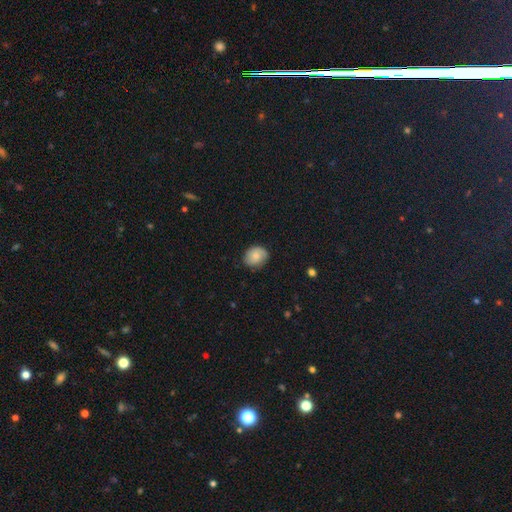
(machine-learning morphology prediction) This is likely a smooth galaxy (73%). How rounded: possibly round (56%). Merging: likely none (77%).